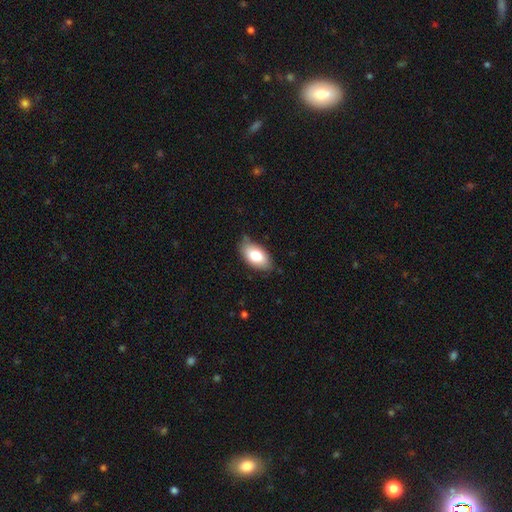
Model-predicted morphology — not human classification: Q: Smooth or featured?
A: smooth (77%); runner-up: featured or disk (16%)
Q: How rounded?
A: in between (93%); runner-up: round (4%)
Q: Merging?
A: none (78%); runner-up: minor disturbance (18%)